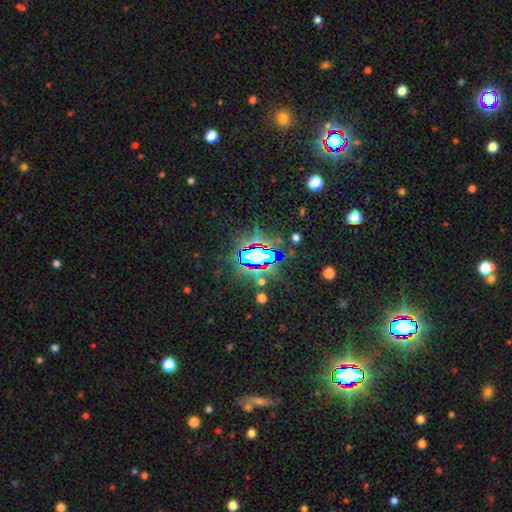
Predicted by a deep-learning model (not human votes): Q: Smooth or featured?
A: star or artifact (72%); runner-up: smooth (17%)